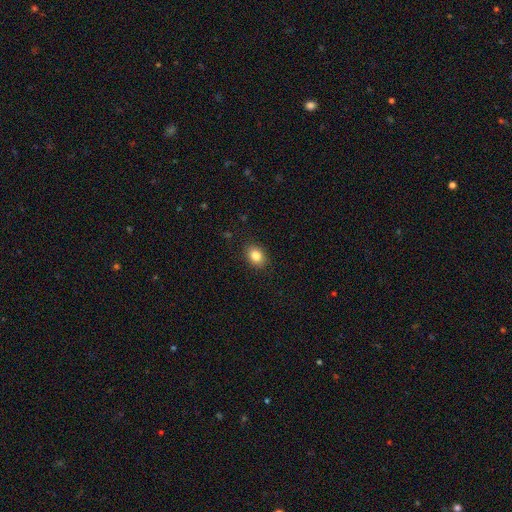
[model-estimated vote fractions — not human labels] This appears to be a smooth galaxy with no disk features (84%) that is in between round and cigar-shaped (64%). Merging: none (88%).